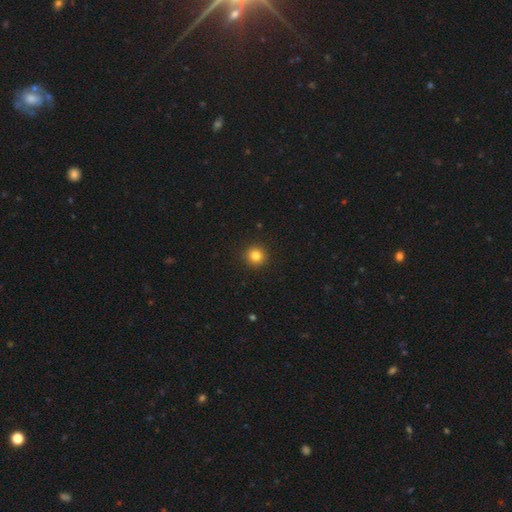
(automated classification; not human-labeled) Q: Smooth or featured?
A: smooth (83%); runner-up: star or artifact (12%)
Q: How rounded?
A: round (95%); runner-up: in between (4%)
Q: Merging?
A: none (93%); runner-up: minor disturbance (4%)